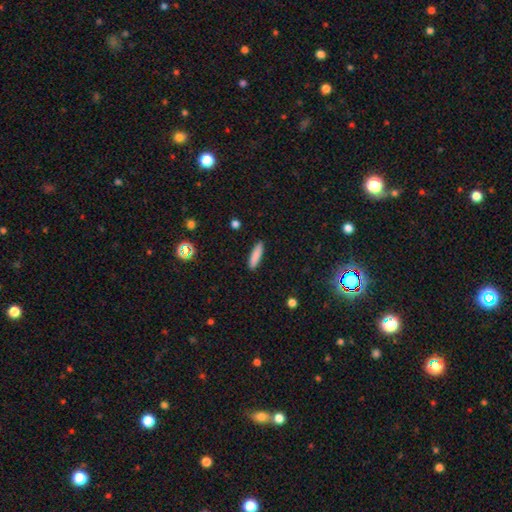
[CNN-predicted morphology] Smooth or featured: smooth — 85% (featured or disk — 8%)
How rounded: cigar-shaped — 77% (in between — 22%)
Merging: none — 90% (minor disturbance — 7%)